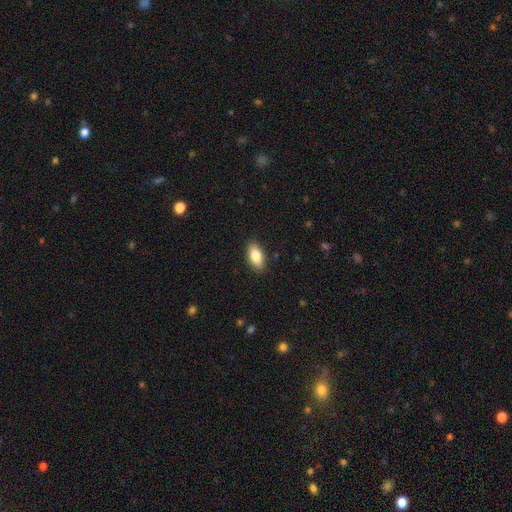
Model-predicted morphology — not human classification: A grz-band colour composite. It shows a smooth galaxy with no disk features (84%) that is in between round and cigar-shaped (91%). Merging: none (88%).